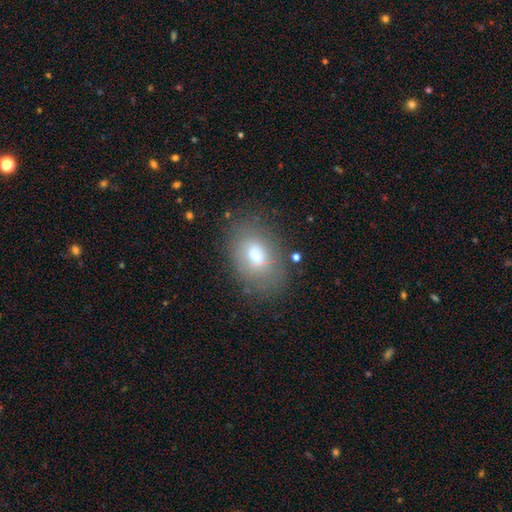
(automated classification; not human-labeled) Smooth or featured? smooth (63%)
How rounded? in between (78%)
Merging? none (76%)